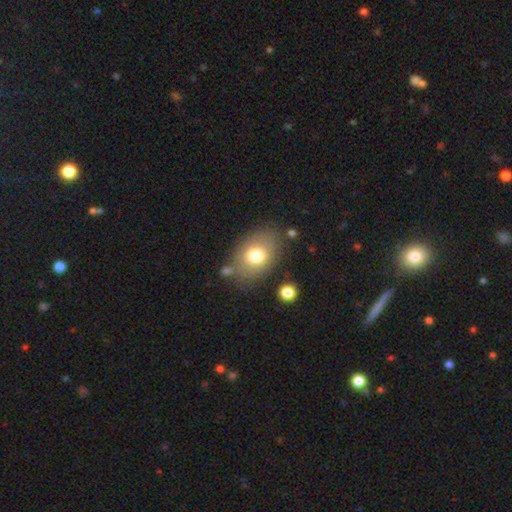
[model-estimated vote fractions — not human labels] Smooth or featured? smooth (74%)
How rounded? in between (74%)
Merging? none (69%)